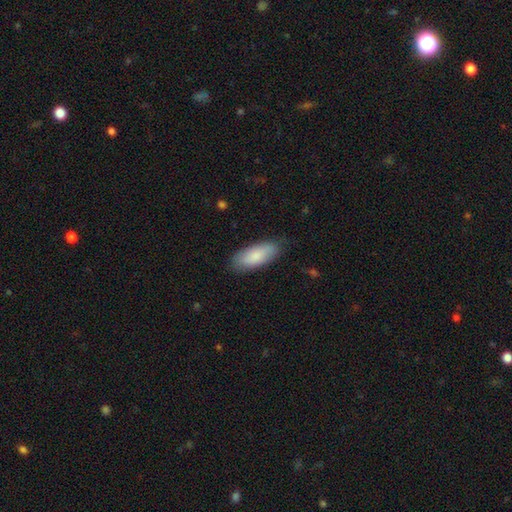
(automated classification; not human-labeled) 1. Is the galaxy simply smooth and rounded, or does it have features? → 83% smooth, 12% featured or disk, 5% star or artifact.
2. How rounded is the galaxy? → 81% in between, 17% cigar-shaped, 2% round.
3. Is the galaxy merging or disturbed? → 83% none, 14% minor disturbance, 3% major disturbance, 1% merger.